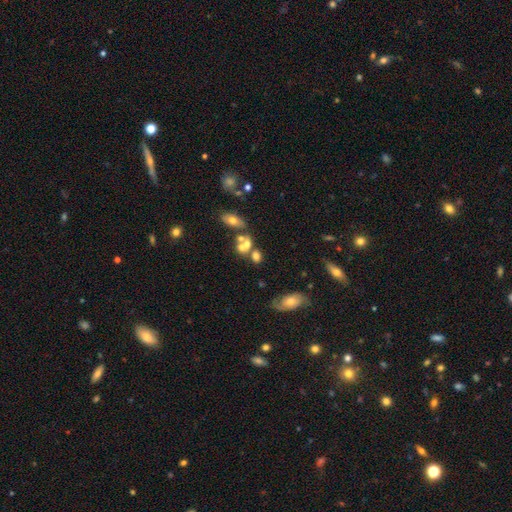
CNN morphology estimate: The model was most divided on "how rounded": in between: 53%, round: 44%, cigar-shaped: 3%. Remaining: smooth or featured — smooth (63%); merging — merger (49%).